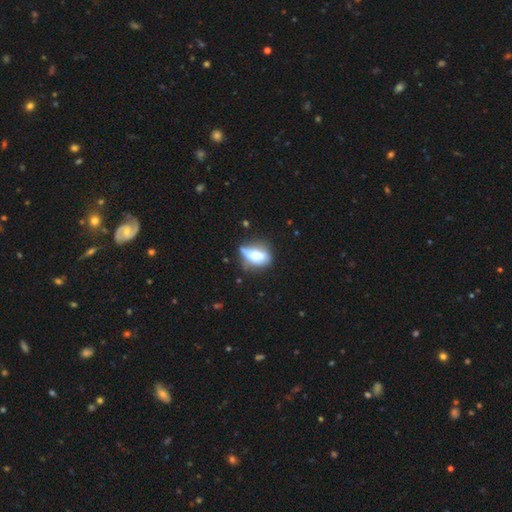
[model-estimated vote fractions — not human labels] A smooth galaxy with no disk features (57%) that is in between round and cigar-shaped (76%).

Vote fractions:
- Smooth or featured? smooth: 57% / featured or disk: 32% / star or artifact: 10%
- How rounded? in between: 76% / round: 12% / cigar-shaped: 12%
- Merging? none: 36% / minor disturbance: 31% / major disturbance: 20% / merger: 13%